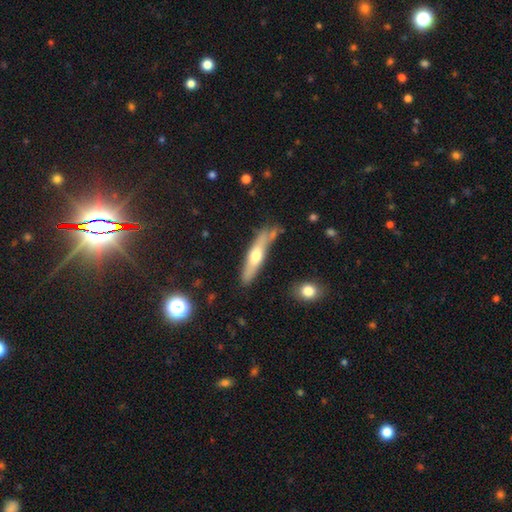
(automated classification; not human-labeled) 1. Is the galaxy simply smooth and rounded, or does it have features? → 49% smooth, 45% featured or disk, 6% star or artifact.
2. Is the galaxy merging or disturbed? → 73% none, 17% minor disturbance, 6% merger, 4% major disturbance.